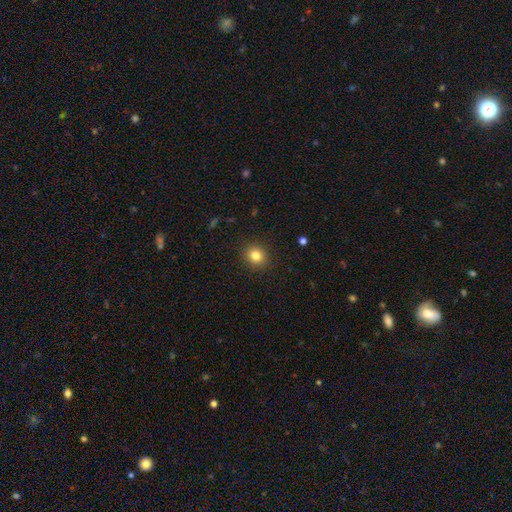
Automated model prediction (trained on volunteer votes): A smooth galaxy with no disk features (82%) that is round (78%).

Vote fractions:
- Smooth or featured? smooth: 82% / star or artifact: 12% / featured or disk: 7%
- How rounded? round: 78% / in between: 21% / cigar-shaped: 1%
- Merging? none: 91% / minor disturbance: 6% / major disturbance: 2% / merger: 1%